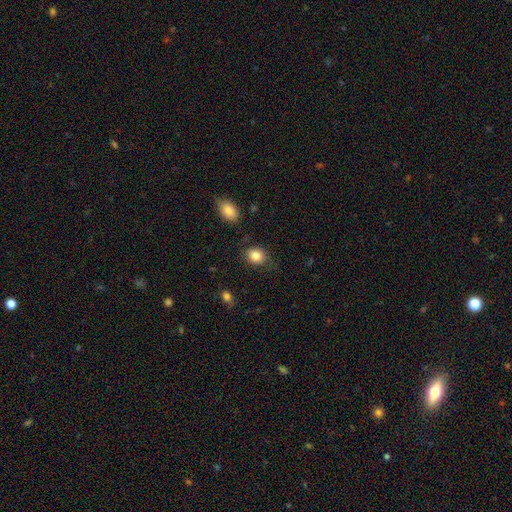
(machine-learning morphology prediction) The model was most divided on "how rounded": round: 60%, in between: 39%, cigar-shaped: 1%. More confident: smooth or featured — smooth (84%); merging — none (73%).